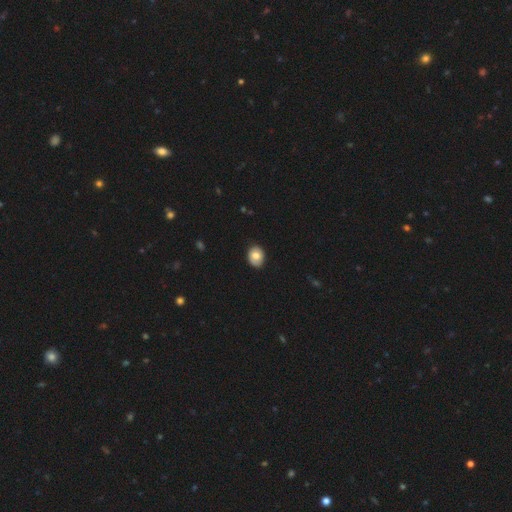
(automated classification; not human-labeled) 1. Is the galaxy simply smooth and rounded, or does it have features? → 75% smooth, 17% featured or disk, 8% star or artifact.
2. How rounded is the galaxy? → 50% round, 49% in between, 1% cigar-shaped.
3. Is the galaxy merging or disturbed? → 86% none, 11% minor disturbance, 2% major disturbance, 1% merger.